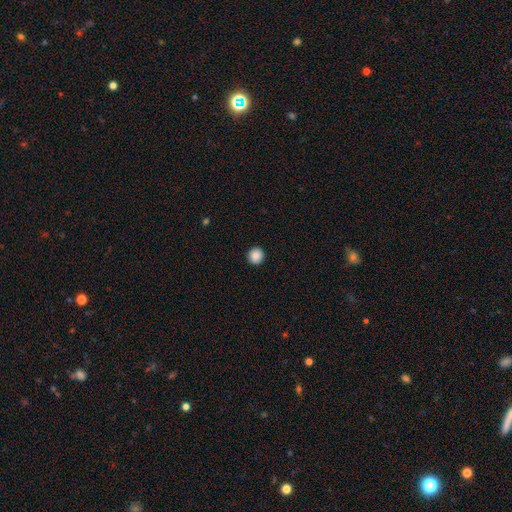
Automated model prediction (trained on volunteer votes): Smooth or featured: smooth — 88% (star or artifact — 9%)
How rounded: round — 94% (in between — 5%)
Merging: none — 93% (minor disturbance — 5%)